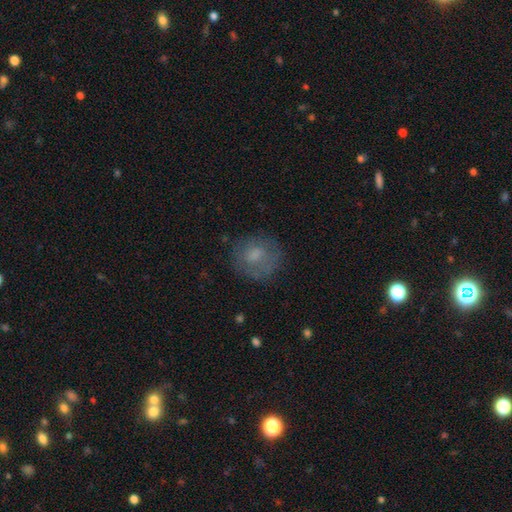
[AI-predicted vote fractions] Smooth or featured? Predicted: smooth (p=0.64). How rounded? Predicted: round (p=0.78). Merging? Predicted: none (p=0.70).